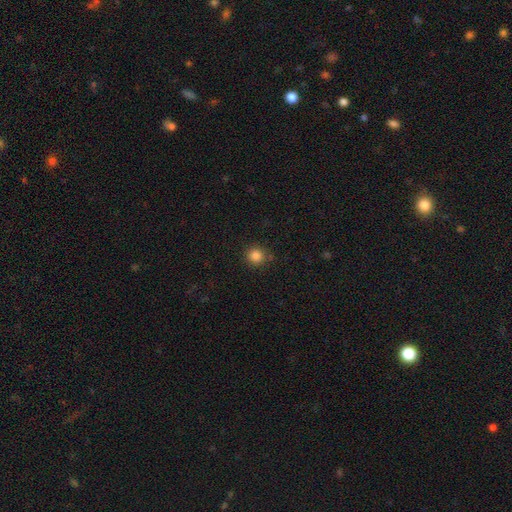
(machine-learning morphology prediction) This appears to be a smooth galaxy with no disk features (84%) that is round (94%). Merging: none (86%).